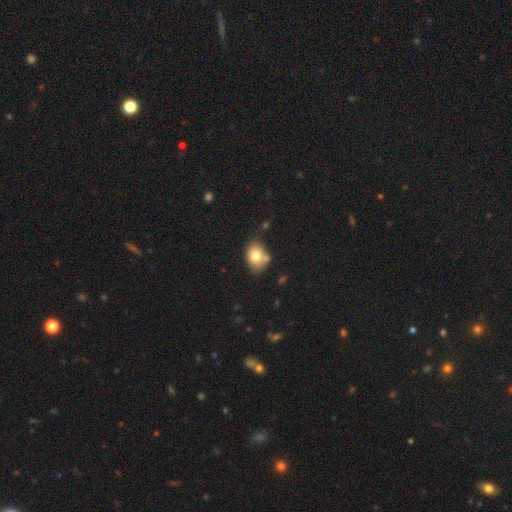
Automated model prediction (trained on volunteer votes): A smooth galaxy with no disk features (76%) that is in between round and cigar-shaped (63%). Merging: none (58%).